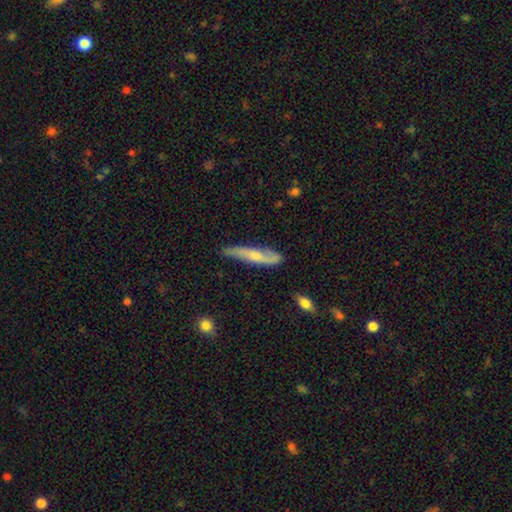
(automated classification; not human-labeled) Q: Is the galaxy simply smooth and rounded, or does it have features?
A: featured or disk — 50%.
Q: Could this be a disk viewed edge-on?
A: yes — 54%.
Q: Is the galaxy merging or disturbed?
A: none — 62%.